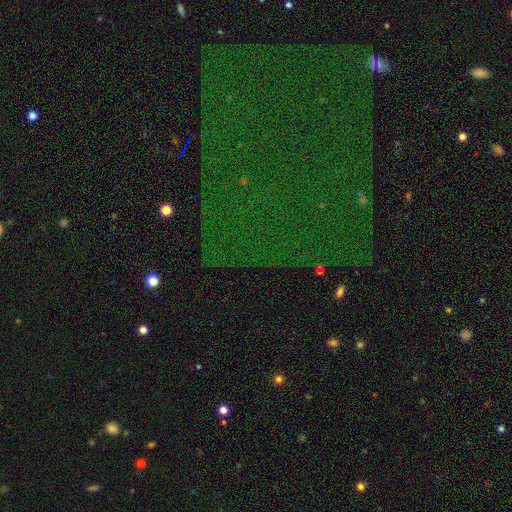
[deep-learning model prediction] A star or artifact, not a galaxy (82%).

Vote fractions:
- Smooth or featured? star or artifact: 82% / smooth: 10% / featured or disk: 8%